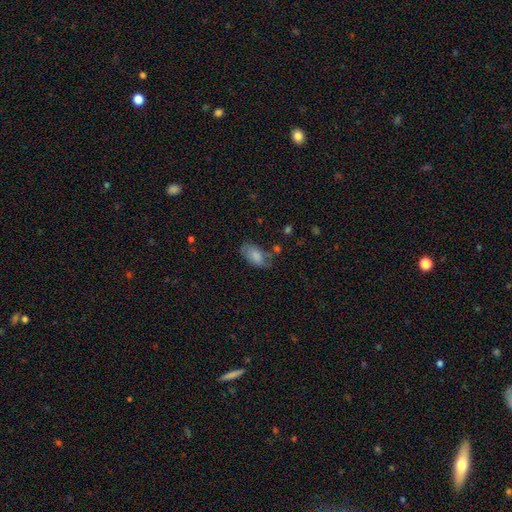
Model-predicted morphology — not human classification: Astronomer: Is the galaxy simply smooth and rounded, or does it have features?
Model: smooth — 80%.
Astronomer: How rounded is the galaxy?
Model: in between — 93%.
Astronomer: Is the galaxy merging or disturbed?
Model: none — 55%.